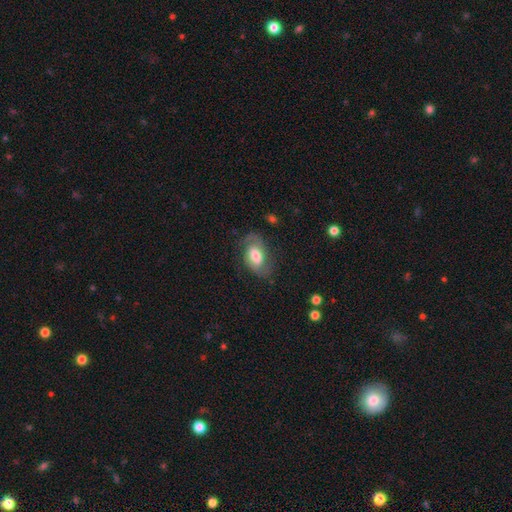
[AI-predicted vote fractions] A featured or disk galaxy (60%) with no bar (43%, tied with weak), spiral arms (86%) and a moderate central bulge (53%).

Vote fractions:
- Smooth or featured? featured or disk: 60% / smooth: 33% / star or artifact: 7%
- Edge-on disk? no: 95% / yes: 5%
- Bar? no: 43% (tied) / weak: 43% (tied) / strong: 15%
- Spiral arms? yes: 86% / no: 14%
- Bulge size? moderate: 53% / large: 30% / small: 12% / dominant: 3% / none: 2%
- Merging? none: 69% / minor disturbance: 19% / major disturbance: 11% / merger: 1%